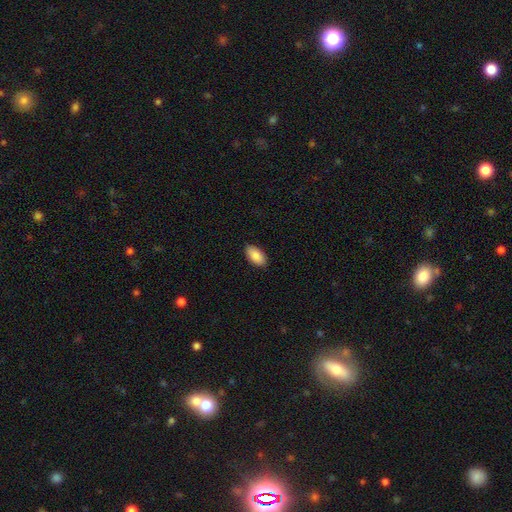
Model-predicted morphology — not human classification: This appears to be a smooth galaxy with no disk features (89%) that is in between round and cigar-shaped (95%). Merging: none (89%).